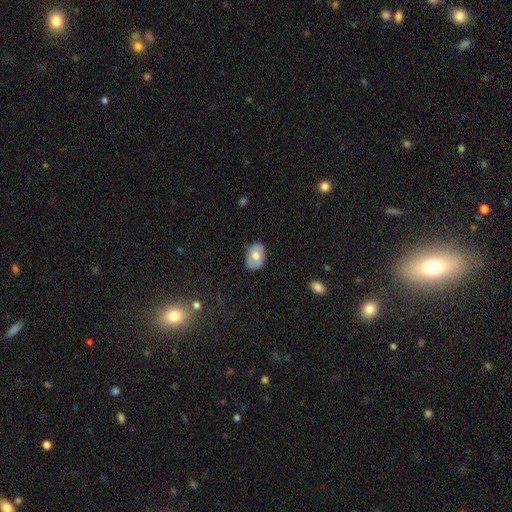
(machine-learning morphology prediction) Smooth or featured? Predicted: smooth (p=0.64). How rounded? Predicted: in between (p=0.81). Merging? Predicted: none (p=0.82).